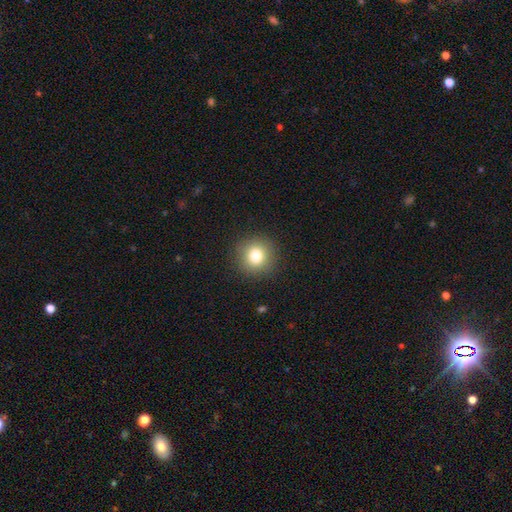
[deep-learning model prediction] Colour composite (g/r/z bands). It shows a smooth galaxy with no disk features (79%) that is round (93%). Merging: none (90%).